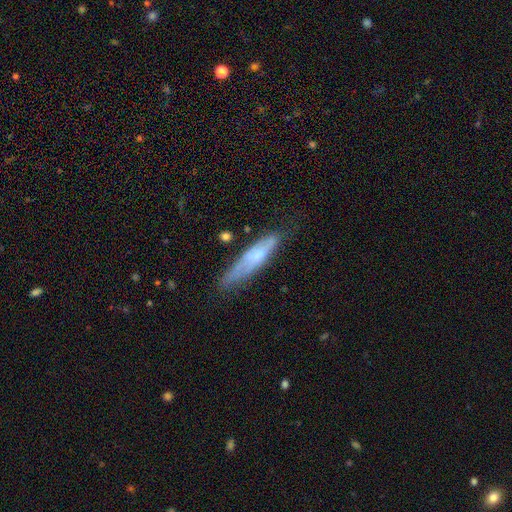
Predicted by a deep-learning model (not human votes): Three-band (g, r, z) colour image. It shows a smooth galaxy with no disk features (51%) that is cigar-shaped (79%). Merging: none (62%).